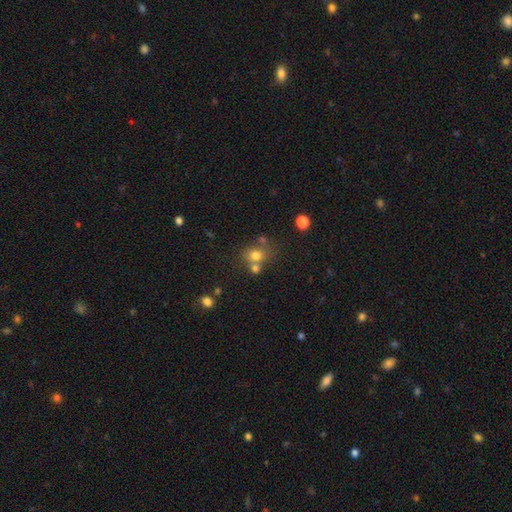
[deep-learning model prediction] This appears to be a smooth galaxy with no disk features (73%) that is round (72%). Merging: none (53%).